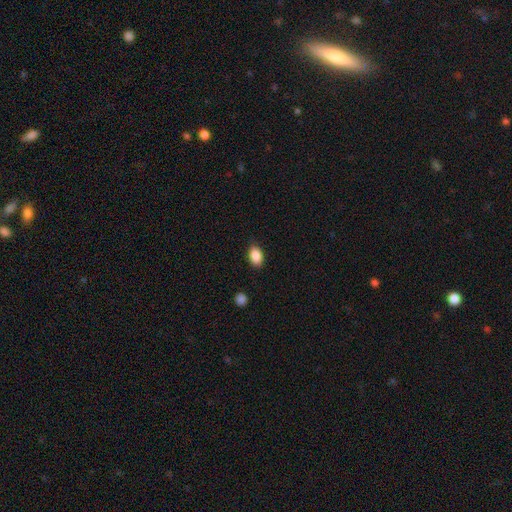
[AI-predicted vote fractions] smooth-or-featured: smooth: 89% | star or artifact: 8% | featured or disk: 4%
  how-rounded: in between: 87% | round: 11% | cigar-shaped: 1%
  merging: none: 86% | minor disturbance: 10% | major disturbance: 2% | merger: 1%